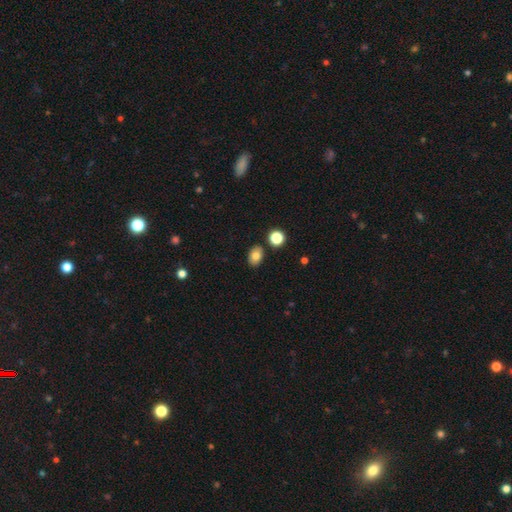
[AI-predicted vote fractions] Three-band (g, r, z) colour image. It shows a smooth galaxy with no disk features (80%) that is in between round and cigar-shaped (79%). Merging: none (85%).